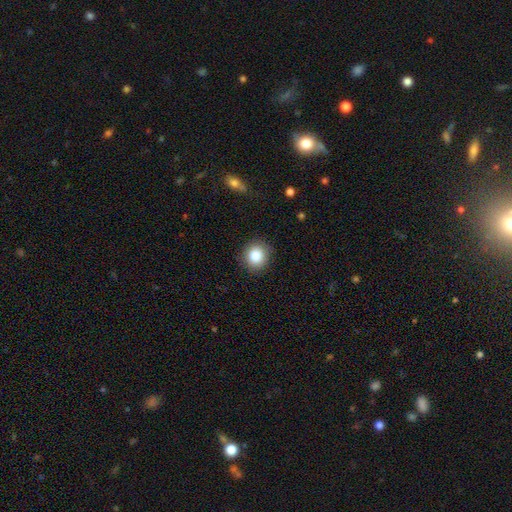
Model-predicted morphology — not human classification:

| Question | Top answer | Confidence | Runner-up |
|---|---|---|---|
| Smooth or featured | smooth | 85% | star or artifact (9%) |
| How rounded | round | 84% | in between (15%) |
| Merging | none | 88% | minor disturbance (9%) |